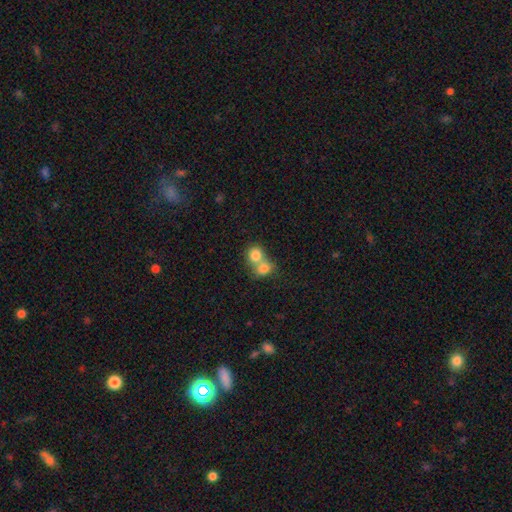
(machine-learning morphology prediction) A smooth galaxy with no disk features (78%) that is round (74%). Merging: merger (67%).